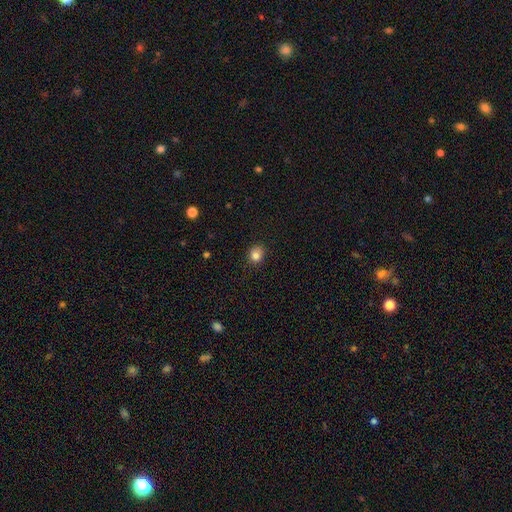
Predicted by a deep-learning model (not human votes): Smooth or featured?
  - smooth: 82% *
  - star or artifact: 12%
  - featured or disk: 6%
How rounded?
  - round: 77% *
  - in between: 22%
  - cigar-shaped: 1%
Merging?
  - none: 86% *
  - minor disturbance: 11%
  - major disturbance: 2%
  - merger: 1%